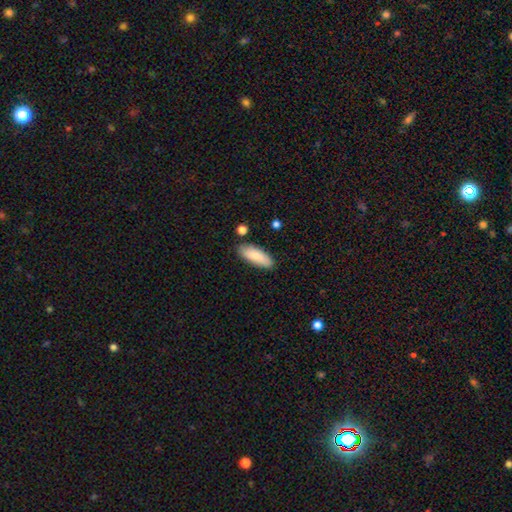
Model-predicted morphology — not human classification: The model was most divided on "how rounded": in between: 72%, cigar-shaped: 27%, round: 2%. More confident: smooth or featured — smooth (87%); merging — none (82%).